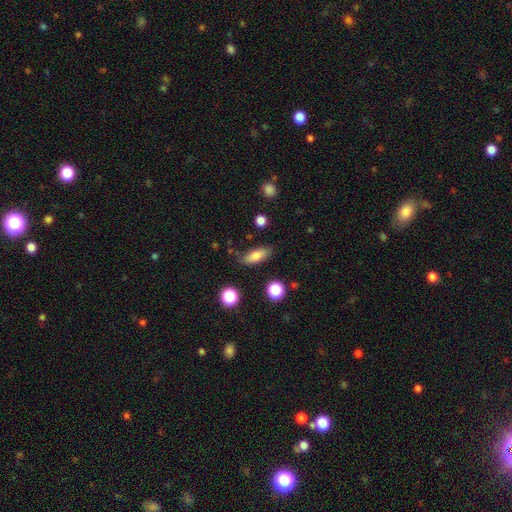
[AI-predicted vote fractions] Smooth or featured: smooth — 77% (featured or disk — 14%)
How rounded: in between — 69% (cigar-shaped — 27%)
Merging: none — 77% (minor disturbance — 16%)